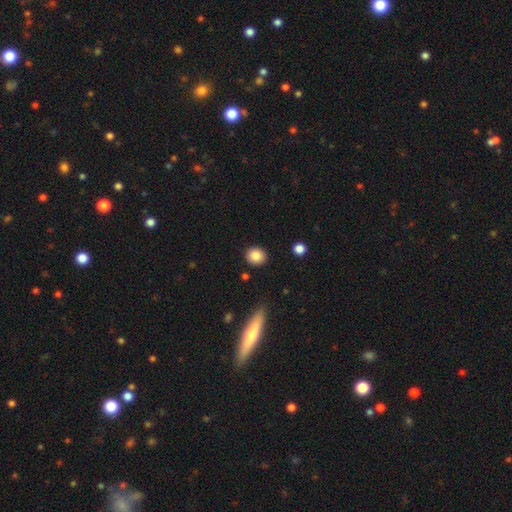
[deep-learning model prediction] smooth 85%, star or artifact 9%, featured or disk 6%. Down the decision tree: how rounded — round (80%); merging — none (89%).